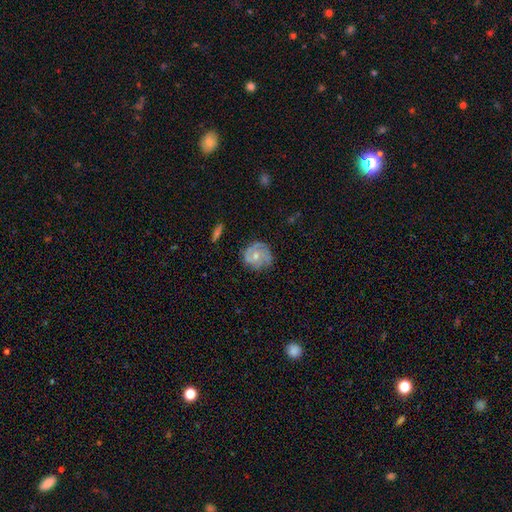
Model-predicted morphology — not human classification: The model was most divided on "bulge size": moderate: 48%, small: 47%, none: 2%, large: 2%, dominant: 1%. Remaining: edge-on disk — no (97%); spiral arms — yes (88%); bar — no (74%); merging — none (70%); smooth or featured — featured or disk (66%); spiral winding — tight (51%); spiral arm count — 3 (32%).